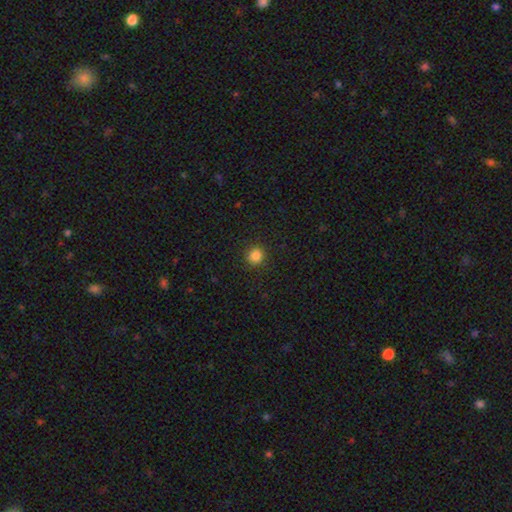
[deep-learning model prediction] Smooth or featured: smooth — 85% (star or artifact — 12%)
How rounded: round — 94% (in between — 5%)
Merging: none — 91% (minor disturbance — 6%)